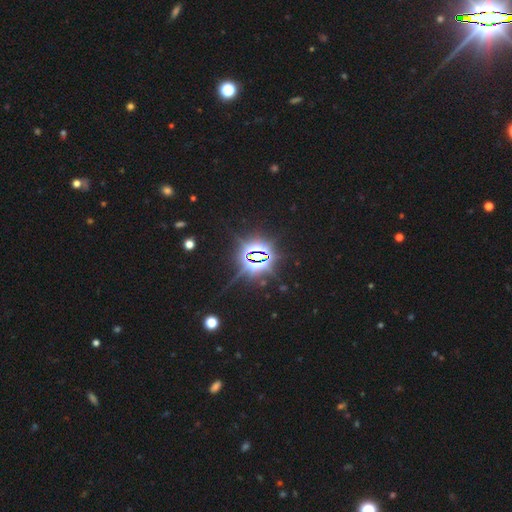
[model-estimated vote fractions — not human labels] Smooth or featured? Predicted: star or artifact (p=0.85).